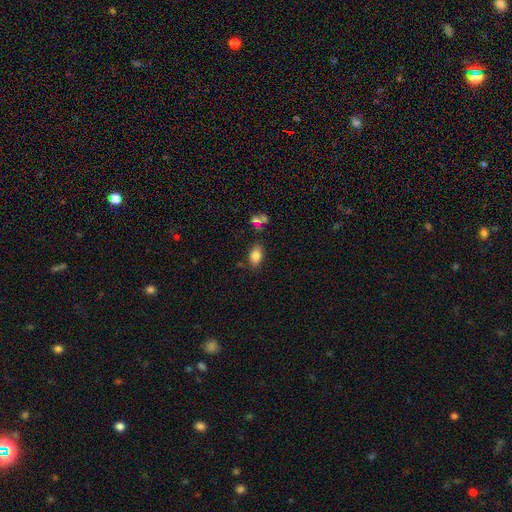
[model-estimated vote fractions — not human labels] Smooth or featured? smooth (83%)
How rounded? in between (87%)
Merging? none (77%)